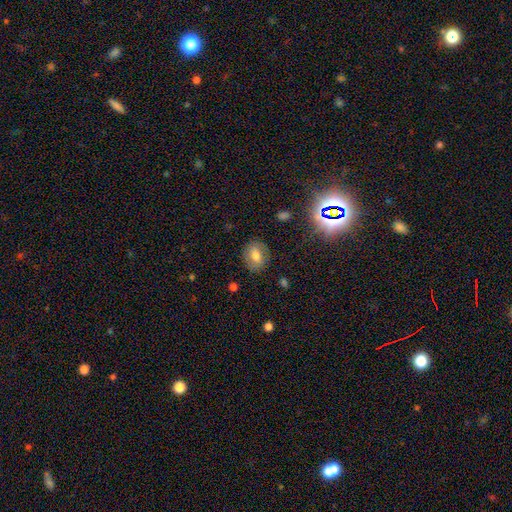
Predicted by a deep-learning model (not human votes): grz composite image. It shows a smooth galaxy with no disk features (70%) that is in between round and cigar-shaped (54%). Merging: none (83%).